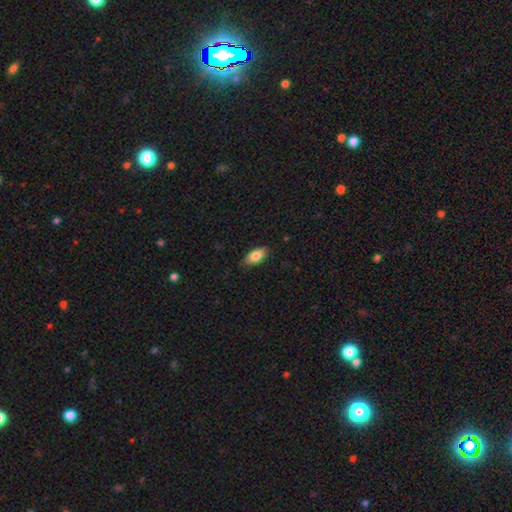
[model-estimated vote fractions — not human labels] Overall: smooth (81%). How rounded: in between (88%). Merging: none (84%).